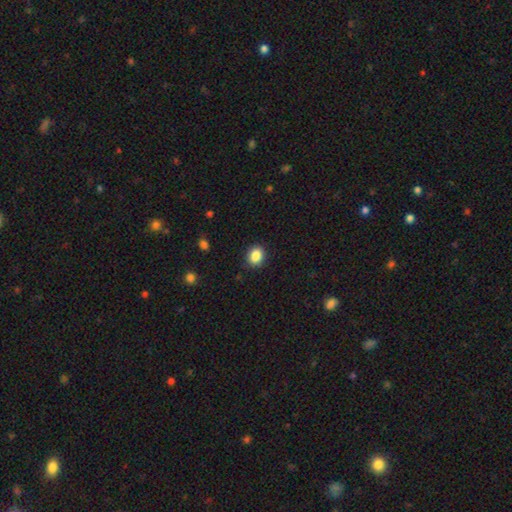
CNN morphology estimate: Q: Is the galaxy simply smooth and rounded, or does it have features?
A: smooth — 87%.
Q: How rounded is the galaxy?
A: in between — 51%.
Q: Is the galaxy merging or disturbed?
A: none — 87%.